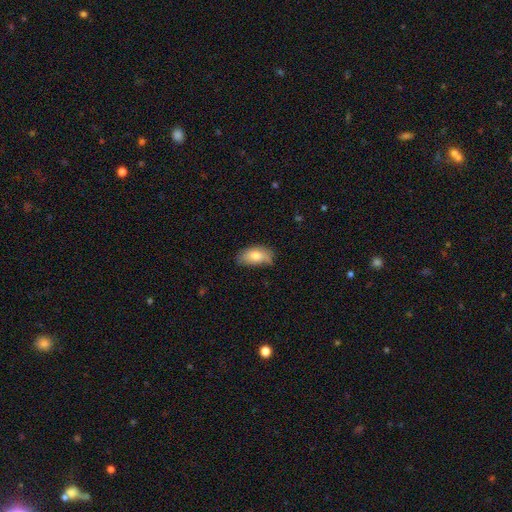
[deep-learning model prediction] A smooth galaxy with no disk features (76%) that is in between round and cigar-shaped (92%).

Vote fractions:
- Smooth or featured? smooth: 76% / featured or disk: 17% / star or artifact: 7%
- How rounded? in between: 92% / round: 4% / cigar-shaped: 3%
- Merging? none: 60% / minor disturbance: 32% / major disturbance: 6% / merger: 2%